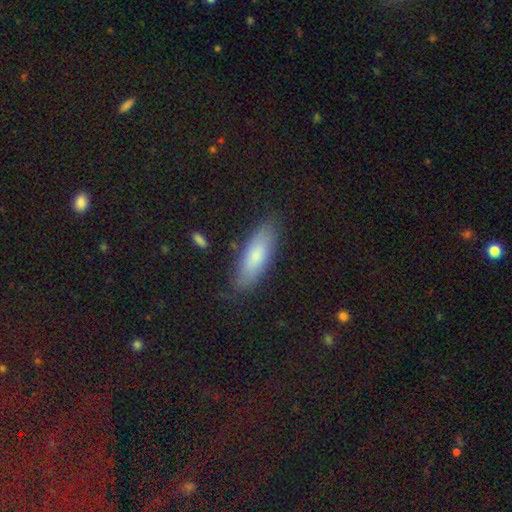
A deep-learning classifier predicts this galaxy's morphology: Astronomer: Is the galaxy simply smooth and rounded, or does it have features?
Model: smooth — 76%.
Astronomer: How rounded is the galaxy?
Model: in between — 59% (runner-up: cigar-shaped, 39%).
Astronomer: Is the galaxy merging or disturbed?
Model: none — 82%.